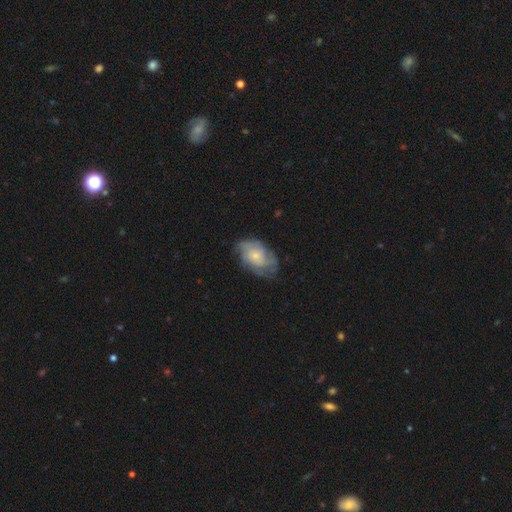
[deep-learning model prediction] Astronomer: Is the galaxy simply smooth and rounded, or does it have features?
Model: featured or disk — 64%.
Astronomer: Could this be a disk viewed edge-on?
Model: no — 96%.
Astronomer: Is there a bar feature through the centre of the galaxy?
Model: no — 80%.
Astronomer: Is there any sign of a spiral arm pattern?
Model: yes — 83%.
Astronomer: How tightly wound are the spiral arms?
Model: tight — 46% (runner-up: medium, 37%).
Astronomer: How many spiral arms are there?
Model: can't tell — 44% (runner-up: 2, 20%).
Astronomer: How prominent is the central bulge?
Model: small — 64%.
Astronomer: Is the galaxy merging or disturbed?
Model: none — 60%.